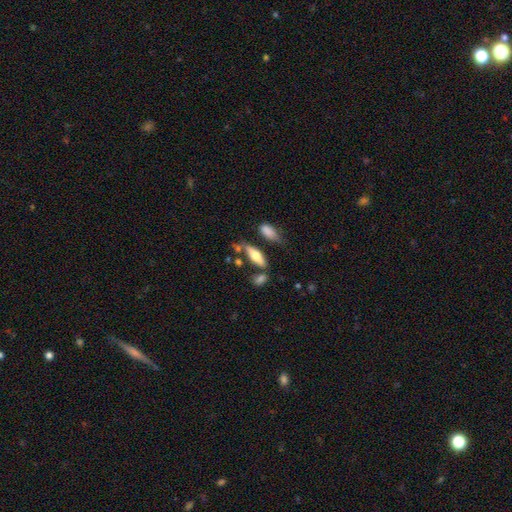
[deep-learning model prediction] Smooth or featured? smooth (61%)
How rounded? in between (53%)
Merging? none (65%)